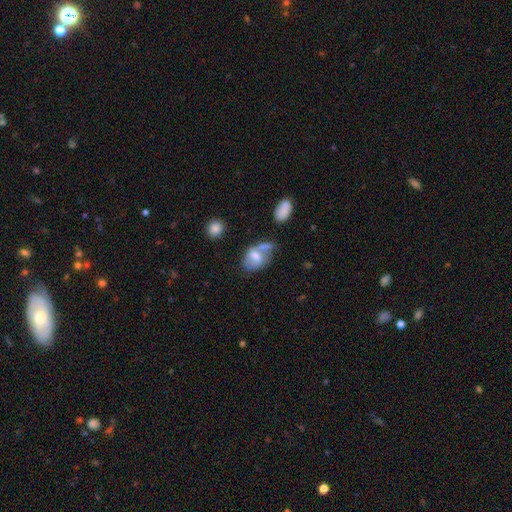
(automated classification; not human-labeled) Q: Smooth or featured?
A: smooth (53%); runner-up: featured or disk (38%)
Q: How rounded?
A: in between (77%); runner-up: round (21%)
Q: Merging?
A: none (38%); runner-up: minor disturbance (25%)